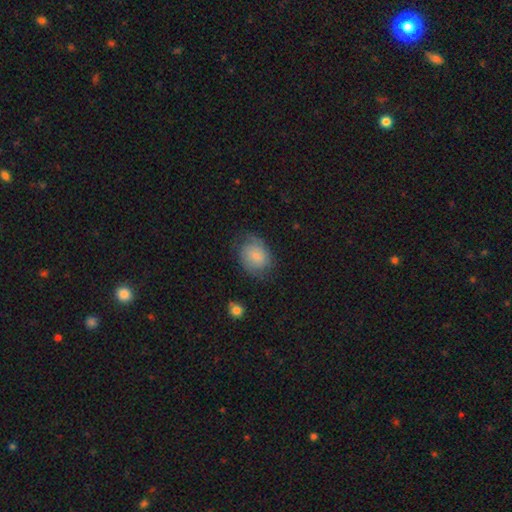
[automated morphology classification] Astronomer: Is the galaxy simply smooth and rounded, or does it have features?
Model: smooth — 57% (runner-up: featured or disk, 34%).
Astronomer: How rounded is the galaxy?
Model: in between — 51% (runner-up: round, 48%).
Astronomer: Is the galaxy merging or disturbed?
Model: none — 61%.